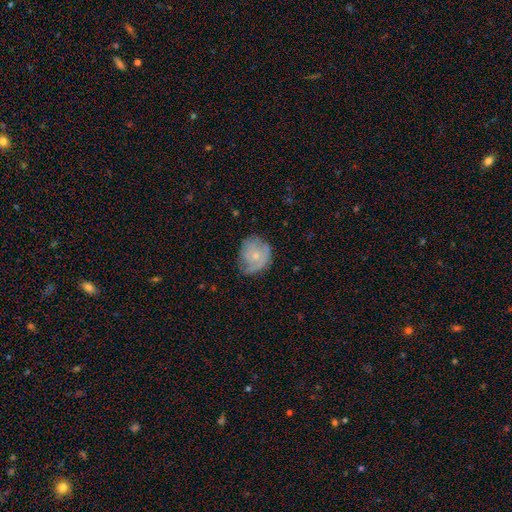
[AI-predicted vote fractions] Smooth or featured: featured or disk — 49% (smooth — 44%)
Merging: none — 57% (minor disturbance — 29%)